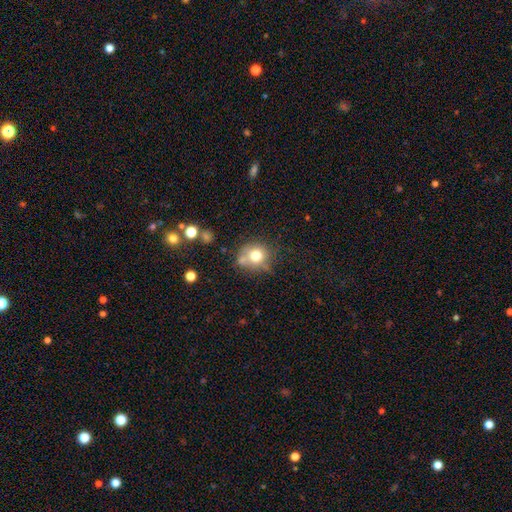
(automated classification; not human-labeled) smooth 75%, featured or disk 13%, star or artifact 12%. Down the decision tree: how rounded — round (82%); merging — none (57%).